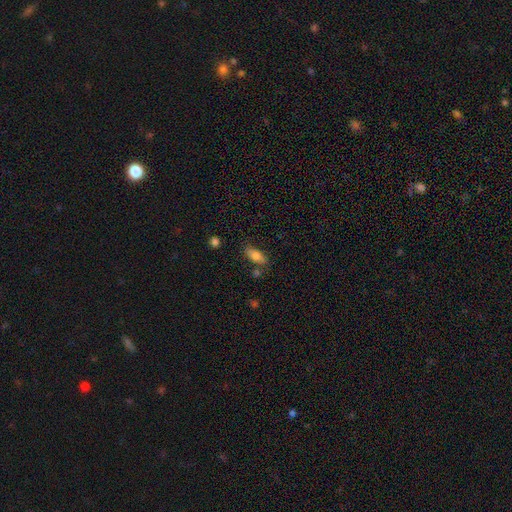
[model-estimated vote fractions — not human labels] smooth_or_featured: smooth (p=0.78) [alt: featured or disk p=0.15]
how_rounded: in between (p=0.82) [alt: cigar-shaped p=0.15]
merging: none (p=0.73) [alt: minor disturbance p=0.16]